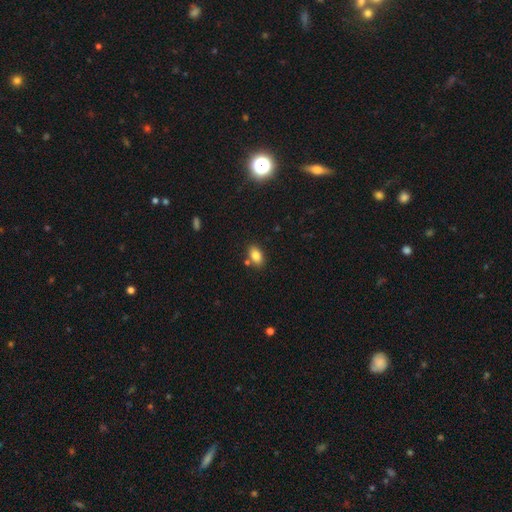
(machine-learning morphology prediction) Overall: smooth (83%). How rounded: in between (88%). Merging: none (77%).